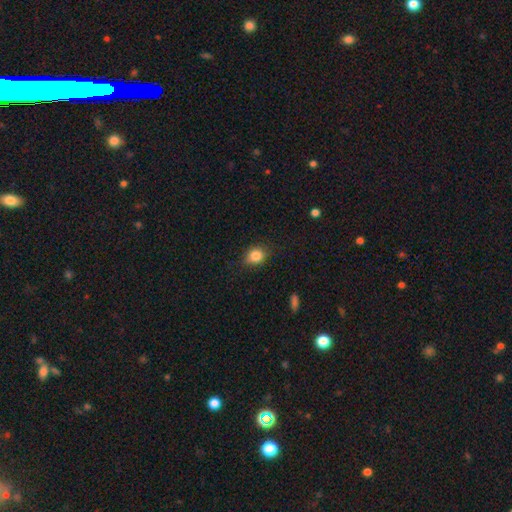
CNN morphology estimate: Overall: smooth (82%). How rounded: round (62%; in between 37%). Merging: none (77%).